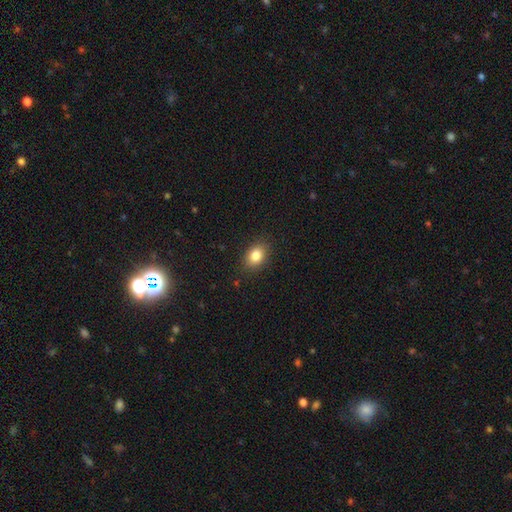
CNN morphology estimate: The model was most divided on "how rounded": in between: 72%, round: 26%, cigar-shaped: 1%. More confident: merging — none (87%); smooth or featured — smooth (84%).